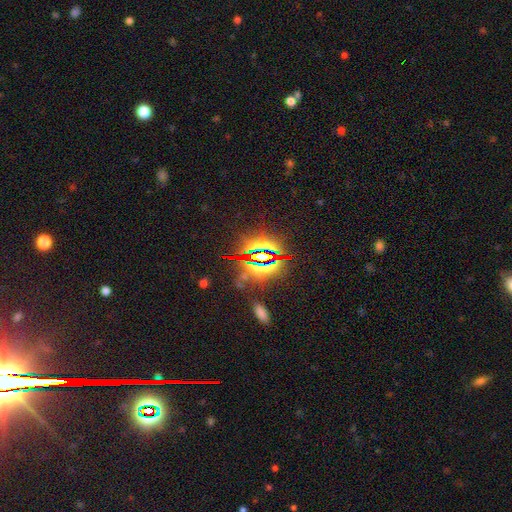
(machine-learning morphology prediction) smooth_or_featured: star or artifact (p=0.81) [alt: smooth p=0.10]